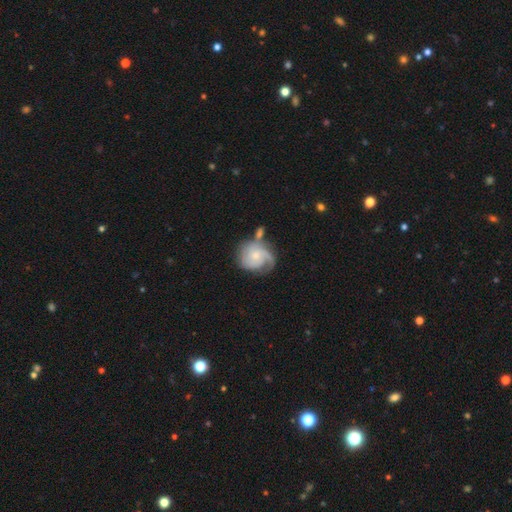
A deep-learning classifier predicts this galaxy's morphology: Smooth or featured: featured or disk — 73% (smooth — 21%)
Edge-on disk: no — 98% (yes — 2%)
Bar: no — 74% (weak — 23%)
Spiral arms: yes — 92% (no — 8%)
Spiral winding: tight — 44% (medium — 37%)
Spiral arm count: 2 — 34% (1 — 27%)
Bulge size: small — 63% (moderate — 31%)
Merging: none — 45% (minor disturbance — 23%)